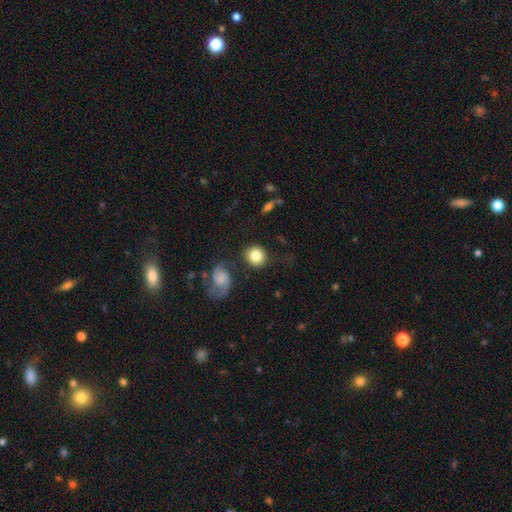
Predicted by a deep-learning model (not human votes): Overall: smooth (80%). How rounded: round (87%). Merging: none (76%).